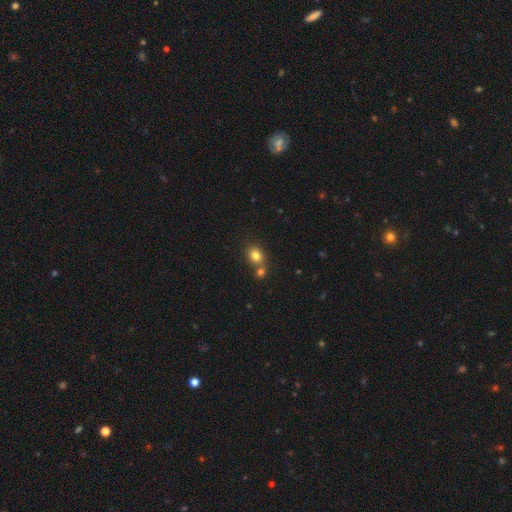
A smooth galaxy with no disk features (84%) that is round (56%). Merging: none (72%).